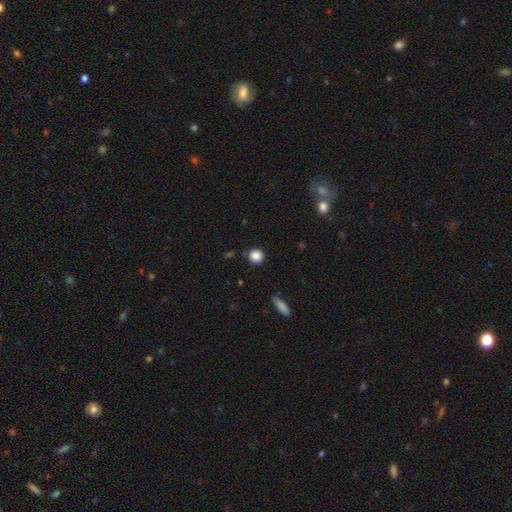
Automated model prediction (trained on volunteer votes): This appears to be a smooth galaxy with no disk features (86%) that is round (92%). Merging: none (88%).